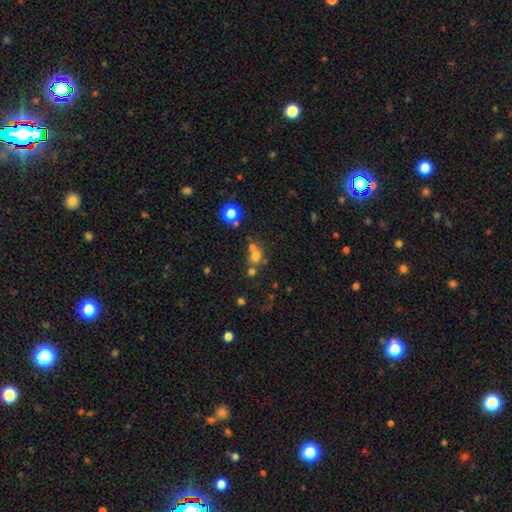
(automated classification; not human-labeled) smooth_or_featured: smooth (p=0.65) [alt: star or artifact p=0.20]
how_rounded: round (p=0.75) [alt: in between p=0.24]
merging: none (p=0.44) [alt: merger p=0.42]